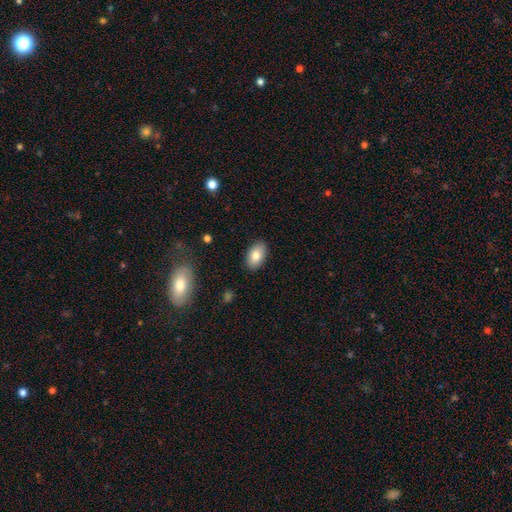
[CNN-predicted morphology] smooth 81%, featured or disk 12%, star or artifact 7%. Down the decision tree: how rounded — in between (92%); merging — none (88%).